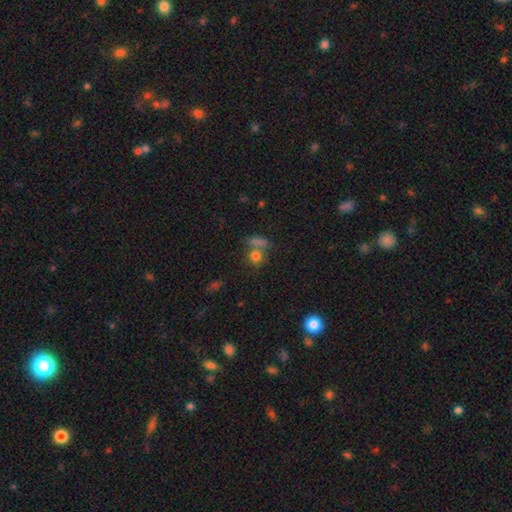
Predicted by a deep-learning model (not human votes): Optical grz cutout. It shows a smooth galaxy with no disk features (76%) that is round (66%). Merging: none (50%).